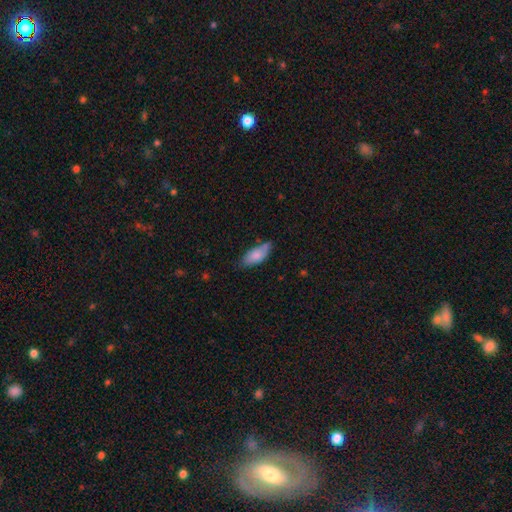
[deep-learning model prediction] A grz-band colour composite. It shows a smooth galaxy with no disk features (79%) that is in between round and cigar-shaped (83%). Merging: none (62%).